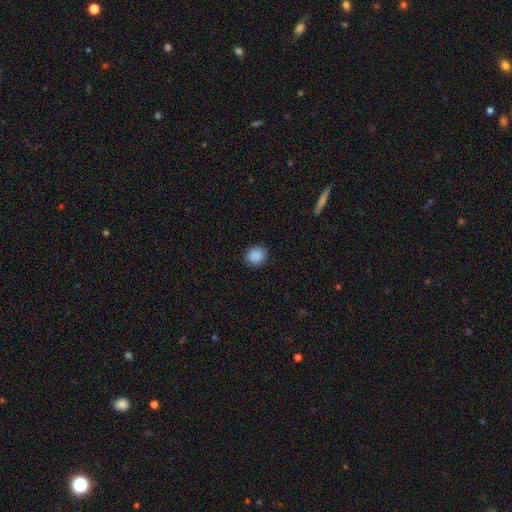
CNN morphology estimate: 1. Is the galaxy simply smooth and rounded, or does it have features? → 90% smooth, 8% star or artifact, 3% featured or disk.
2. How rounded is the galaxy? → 63% round, 36% in between, 1% cigar-shaped.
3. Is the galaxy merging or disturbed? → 89% none, 8% minor disturbance, 2% major disturbance, 1% merger.